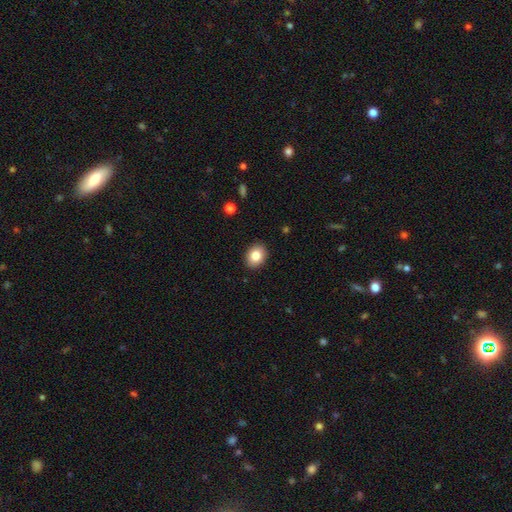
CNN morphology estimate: The model was most divided on "how rounded": in between: 57%, round: 42%, cigar-shaped: 1%. More confident: merging — none (90%); smooth or featured — smooth (84%).